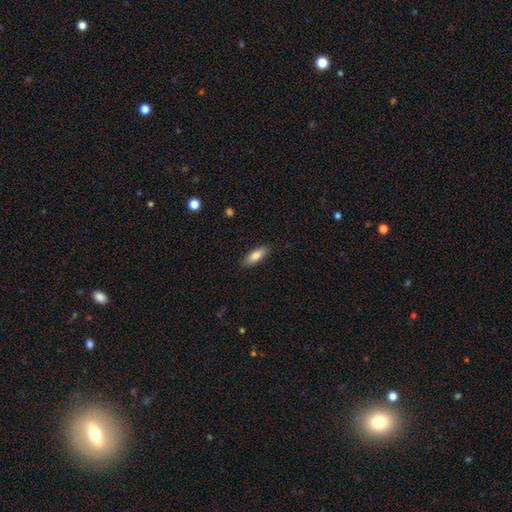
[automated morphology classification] A smooth galaxy with no disk features (82%) that is in between round and cigar-shaped (66%). Merging: none (87%).